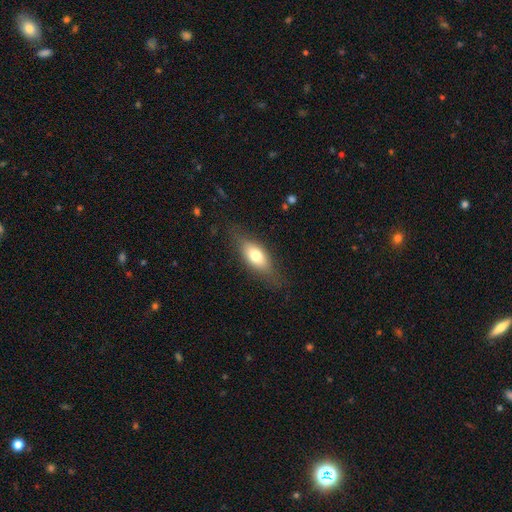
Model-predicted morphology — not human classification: type=smooth (68%); roundness=in between (74%); merging=none (77%).